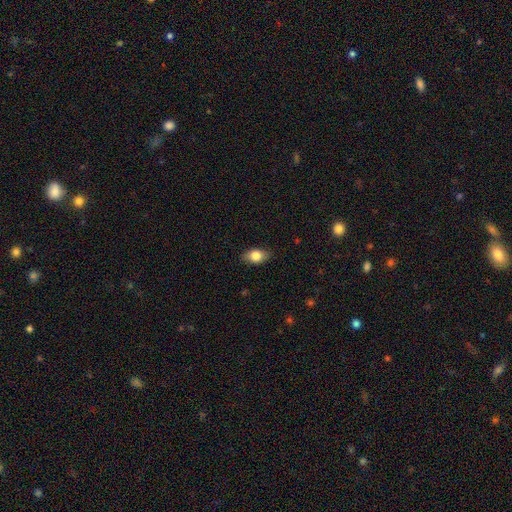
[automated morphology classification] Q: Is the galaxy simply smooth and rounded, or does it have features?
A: smooth — 80%.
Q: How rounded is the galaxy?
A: in between — 83%.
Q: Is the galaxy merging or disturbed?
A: none — 84%.